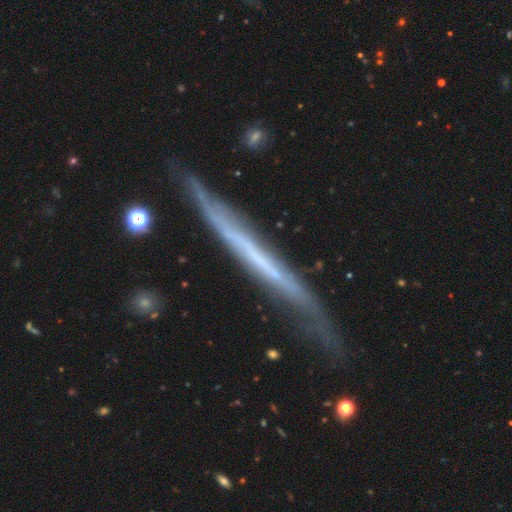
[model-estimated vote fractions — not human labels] Smooth or featured? featured or disk (70%)
Edge-on disk? yes (88%)
Edge-on bulge? none (90%)
Merging? none (69%)